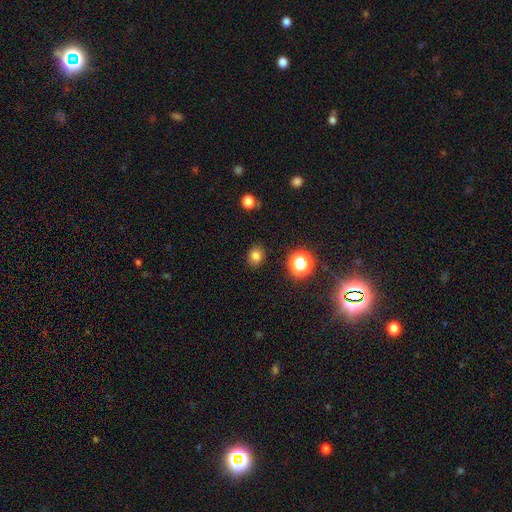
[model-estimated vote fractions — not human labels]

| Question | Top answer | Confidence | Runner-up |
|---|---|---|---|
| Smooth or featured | smooth | 79% | star or artifact (15%) |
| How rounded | round | 67% | in between (32%) |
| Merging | none | 87% | minor disturbance (9%) |